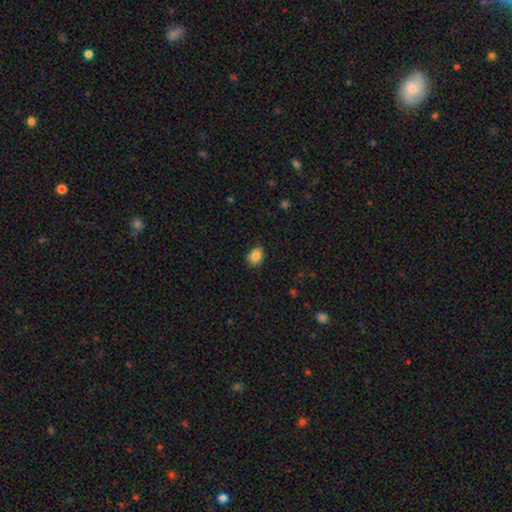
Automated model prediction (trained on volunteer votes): Q: Smooth or featured?
A: smooth (86%); runner-up: star or artifact (10%)
Q: How rounded?
A: in between (57%); runner-up: round (42%)
Q: Merging?
A: none (75%); runner-up: minor disturbance (20%)